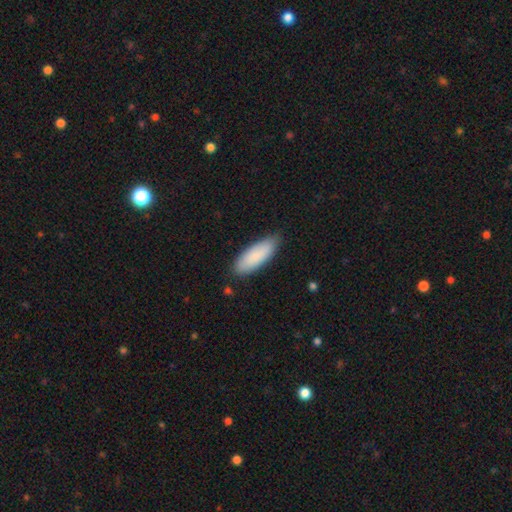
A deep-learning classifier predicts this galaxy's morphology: Smooth or featured? Predicted: smooth (p=0.87). How rounded? Predicted: in between (p=0.70). Merging? Predicted: none (p=0.81).